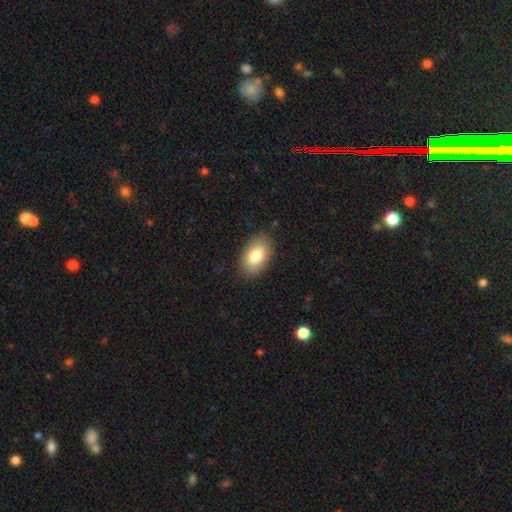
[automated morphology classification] Q: Smooth or featured?
A: smooth (82%); runner-up: featured or disk (11%)
Q: How rounded?
A: in between (92%); runner-up: round (6%)
Q: Merging?
A: none (85%); runner-up: minor disturbance (11%)